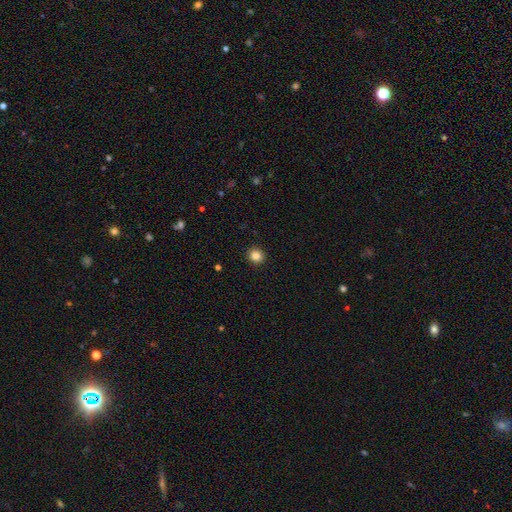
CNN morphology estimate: Smooth or featured?
  - smooth: 85% *
  - star or artifact: 11%
  - featured or disk: 4%
How rounded?
  - round: 88% *
  - in between: 11%
  - cigar-shaped: 1%
Merging?
  - none: 92% *
  - minor disturbance: 5%
  - major disturbance: 2%
  - merger: 1%